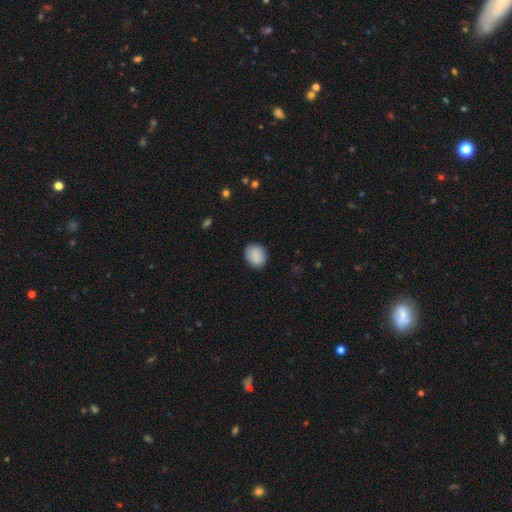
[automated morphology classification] Overall: smooth (87%). How rounded: in between (51%; round 48%). Merging: none (87%).